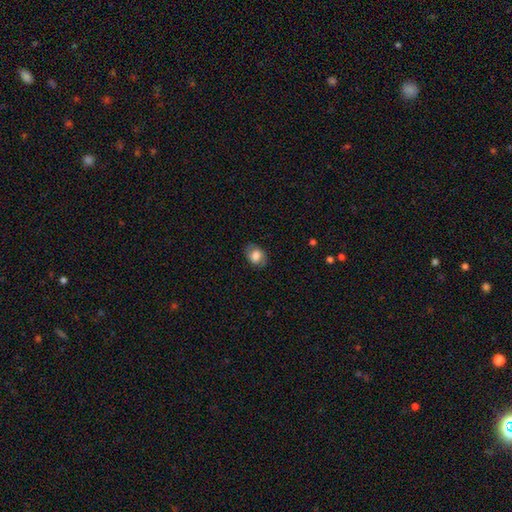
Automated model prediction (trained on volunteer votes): smooth 69%, featured or disk 22%, star or artifact 8%. Down the decision tree: how rounded — in between (71%); merging — none (79%).